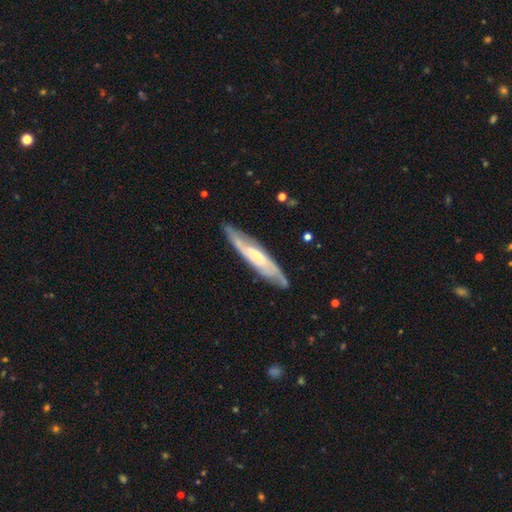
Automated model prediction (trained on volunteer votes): featured or disk 72%, smooth 22%, star or artifact 6%. Down the decision tree: edge-on disk — no (55%); merging — none (80%).